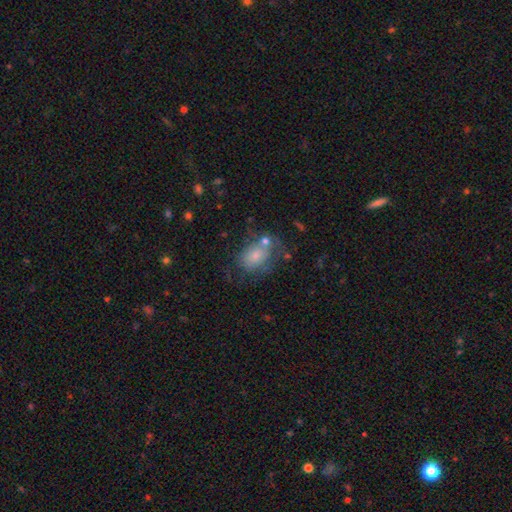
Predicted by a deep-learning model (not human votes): This is likely a smooth galaxy (66%). How rounded: likely in between (72%). Merging: marginally none (40%).